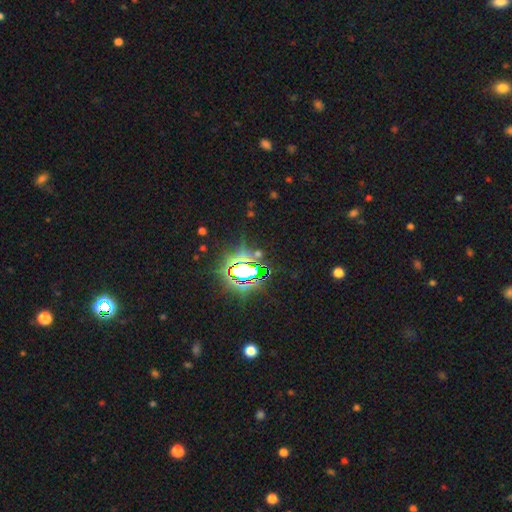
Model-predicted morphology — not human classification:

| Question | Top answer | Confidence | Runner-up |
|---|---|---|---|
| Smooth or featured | star or artifact | 80% | smooth (12%) |